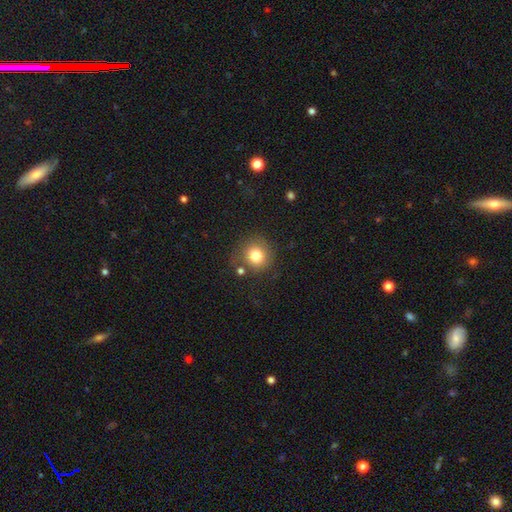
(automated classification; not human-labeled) smooth_or_featured: smooth (p=0.80) [alt: star or artifact p=0.11]
how_rounded: round (p=0.89) [alt: in between p=0.10]
merging: none (p=0.75) [alt: minor disturbance p=0.14]